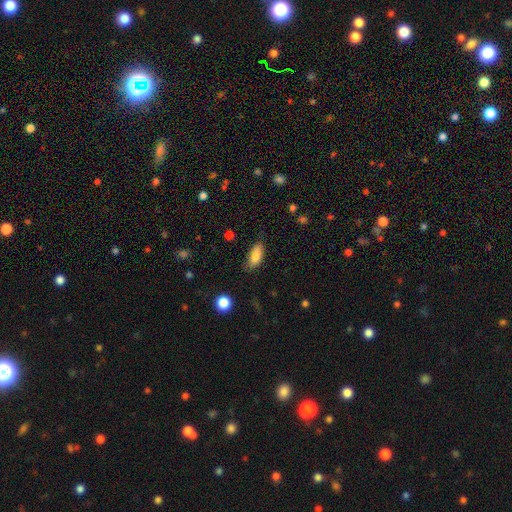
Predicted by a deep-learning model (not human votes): Morphology: type=smooth (84%); roundness=in between (81%); merging=none (73%).